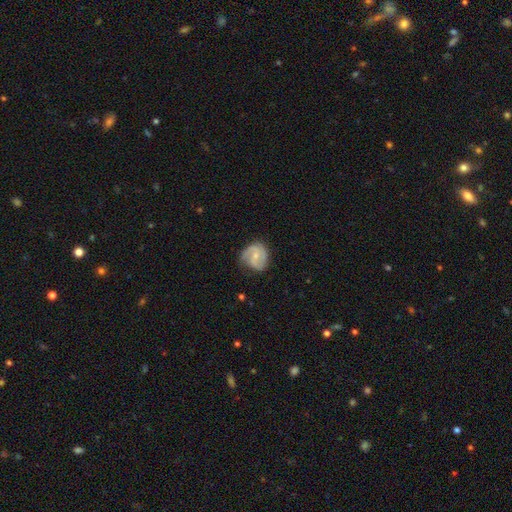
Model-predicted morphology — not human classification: This is likely a featured or disk galaxy (73%). It is clearly not viewed edge-on (98%). Bar: possibly no (51%). Spiral arm pattern: clearly yes (93%). Spiral arm count: likely 2 (67%). Spiral winding: possibly medium (45%). Central bulge: possibly small (58%). Merging: likely none (62%).